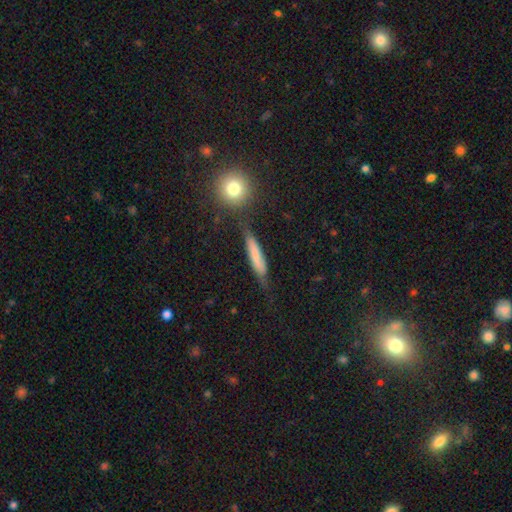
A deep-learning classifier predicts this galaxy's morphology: smooth_or_featured: smooth (p=0.67) [alt: featured or disk p=0.25]
how_rounded: cigar-shaped (p=0.88) [alt: in between p=0.09]
merging: none (p=0.69) [alt: minor disturbance p=0.20]